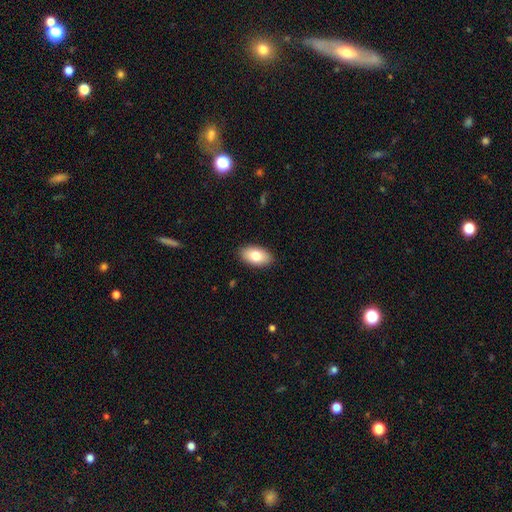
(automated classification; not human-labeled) A smooth galaxy with no disk features (80%) that is in between round and cigar-shaped (94%).

Vote fractions:
- Smooth or featured? smooth: 80% / featured or disk: 13% / star or artifact: 7%
- How rounded? in between: 94% / round: 4% / cigar-shaped: 2%
- Merging? none: 90% / minor disturbance: 8% / major disturbance: 2% / merger: 1%